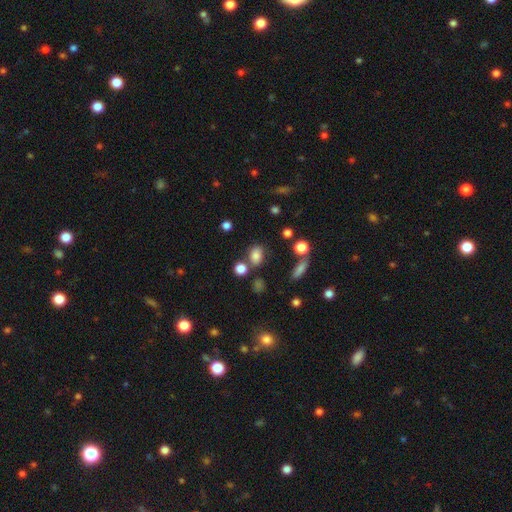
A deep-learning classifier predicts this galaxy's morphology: Overall: smooth (80%). How rounded: in between (69%; round 29%). Merging: none (65%).